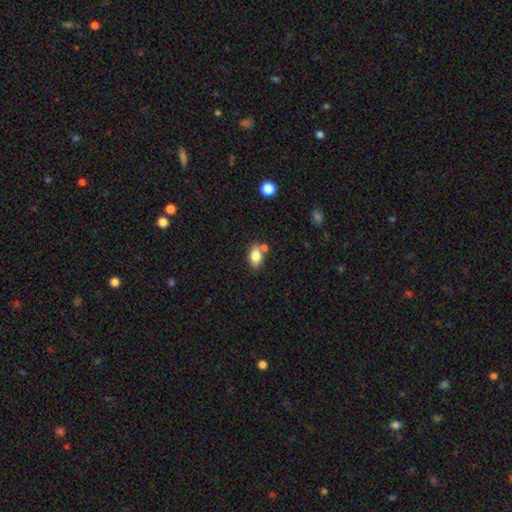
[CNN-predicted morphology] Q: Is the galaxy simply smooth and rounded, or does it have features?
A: smooth — 81%.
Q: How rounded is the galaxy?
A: in between — 83%.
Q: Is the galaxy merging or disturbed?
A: none — 65%.